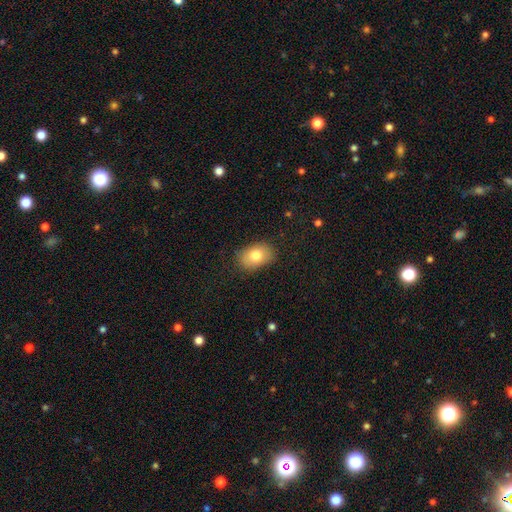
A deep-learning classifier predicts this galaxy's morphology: Smooth or featured? Predicted: smooth (p=0.79). How rounded? Predicted: in between (p=0.81). Merging? Predicted: none (p=0.83).